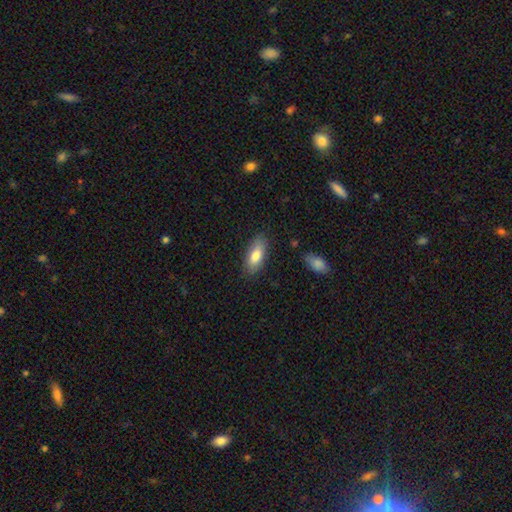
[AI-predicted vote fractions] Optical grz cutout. It shows a smooth galaxy with no disk features (79%) that is in between round and cigar-shaped (83%). Merging: none (83%).